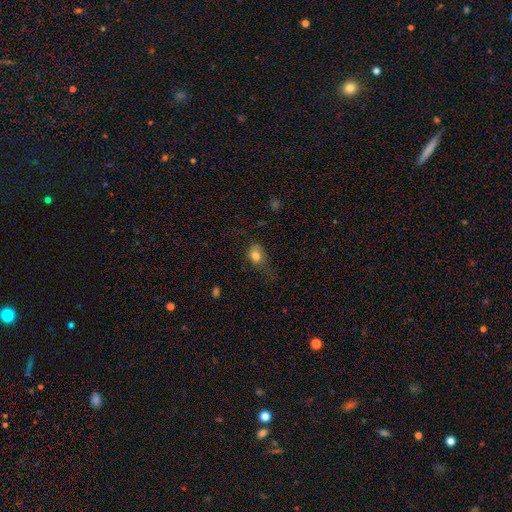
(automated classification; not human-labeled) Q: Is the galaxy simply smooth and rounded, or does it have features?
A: smooth — 79%.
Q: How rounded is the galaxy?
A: in between — 54%.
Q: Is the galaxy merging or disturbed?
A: none — 44%.